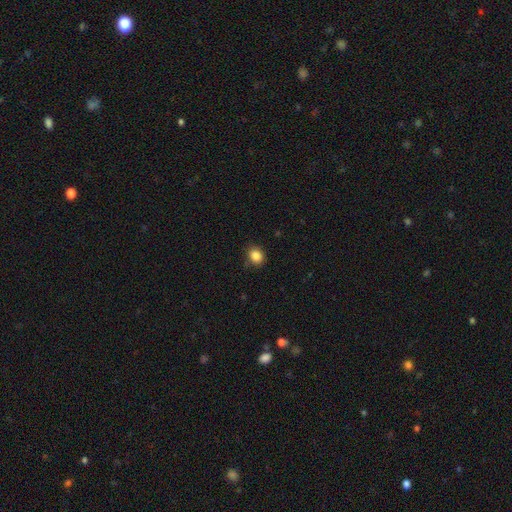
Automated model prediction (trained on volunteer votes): A smooth galaxy with no disk features (86%) that is round (66%). Merging: none (81%).